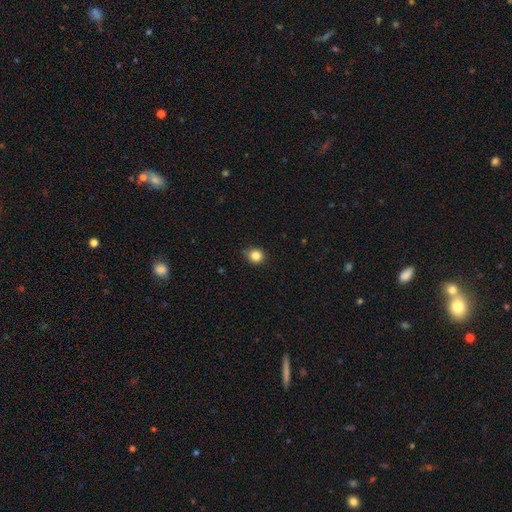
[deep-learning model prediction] smooth_or_featured: smooth (p=0.84) [alt: star or artifact p=0.12]
how_rounded: round (p=0.89) [alt: in between p=0.10]
merging: none (p=0.84) [alt: minor disturbance p=0.13]